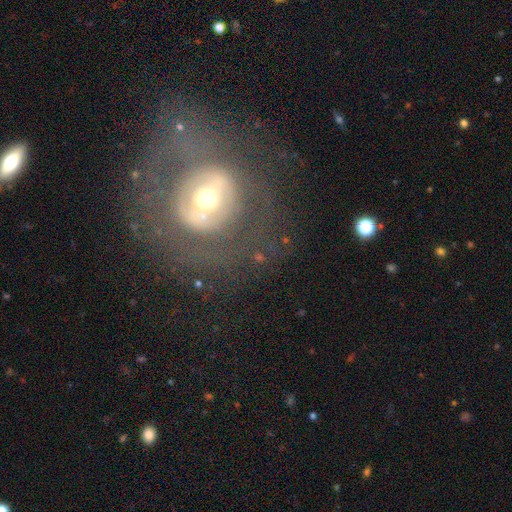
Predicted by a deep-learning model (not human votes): smooth_or_featured: featured or disk (p=0.63) [alt: smooth p=0.27]
disk_edge_on: no (p=0.93) [alt: yes p=0.07]
bar: no (p=0.43) [alt: weak p=0.30]
has_spiral_arms: no (p=0.69) [alt: yes p=0.31]
bulge_size: moderate (p=0.56) [alt: small p=0.30]
merging: none (p=0.66) [alt: major disturbance p=0.17]